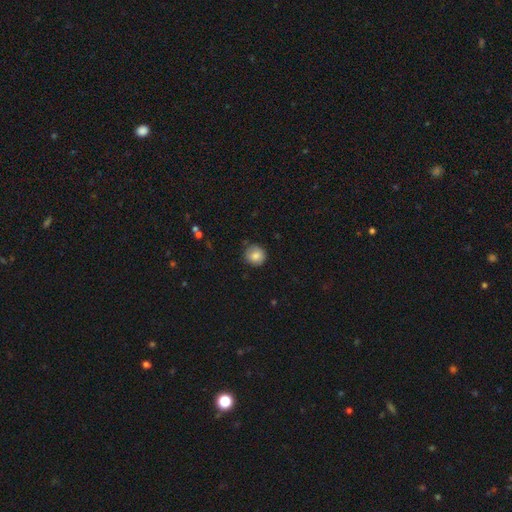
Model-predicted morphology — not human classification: This is clearly a smooth galaxy (84%). How rounded: clearly round (92%). Merging: clearly none (84%).